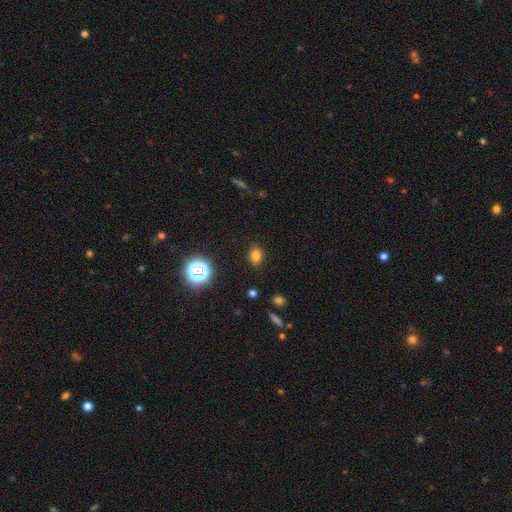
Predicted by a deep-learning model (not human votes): The model was most divided on "how rounded": in between: 68%, round: 30%, cigar-shaped: 2%. More confident: merging — none (85%); smooth or featured — smooth (74%).